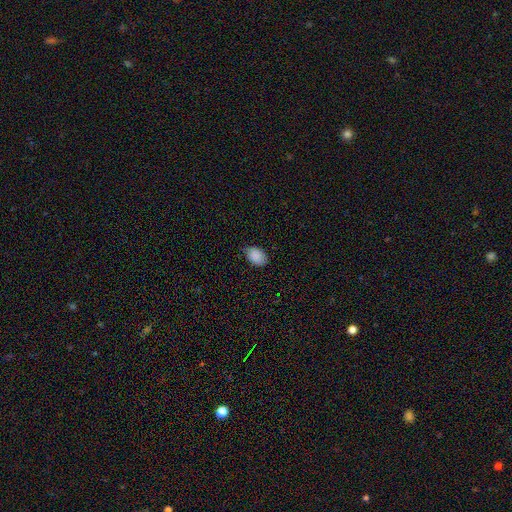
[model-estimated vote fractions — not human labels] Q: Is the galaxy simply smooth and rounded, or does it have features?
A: smooth — 88%.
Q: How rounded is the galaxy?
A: in between — 84%.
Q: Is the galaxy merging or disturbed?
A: none — 71%.